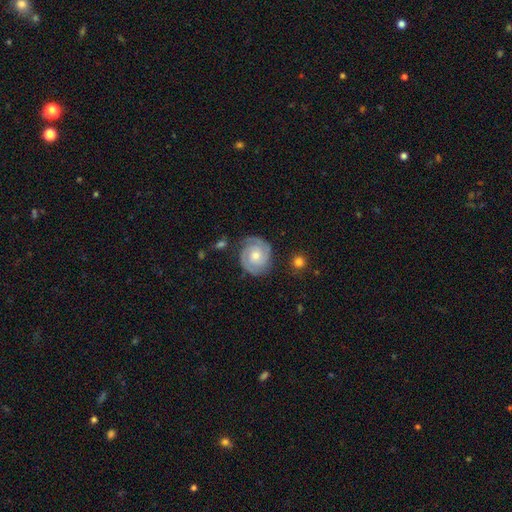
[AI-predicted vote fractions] Q: Smooth or featured?
A: featured or disk (80%); runner-up: smooth (14%)
Q: Edge-on disk?
A: no (98%); runner-up: yes (2%)
Q: Bar?
A: no (71%); runner-up: weak (24%)
Q: Spiral arms?
A: yes (96%); runner-up: no (4%)
Q: Spiral winding?
A: tight (68%); runner-up: medium (27%)
Q: Spiral arm count?
A: 2 (81%); runner-up: can't tell (8%)
Q: Bulge size?
A: moderate (51%); runner-up: small (44%)
Q: Merging?
A: none (80%); runner-up: minor disturbance (13%)